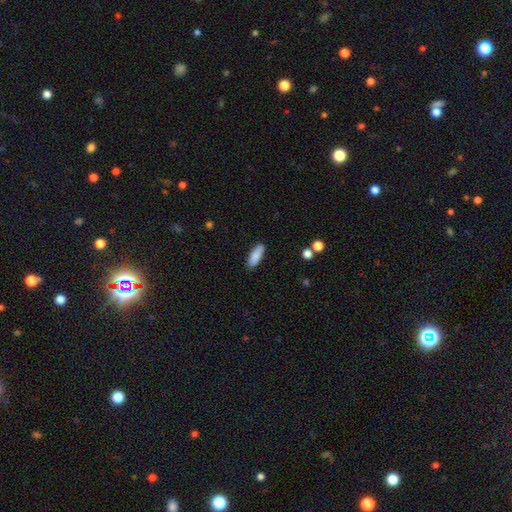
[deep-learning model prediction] This is clearly a smooth galaxy (87%). How rounded: likely in between (60%). Merging: clearly none (87%).